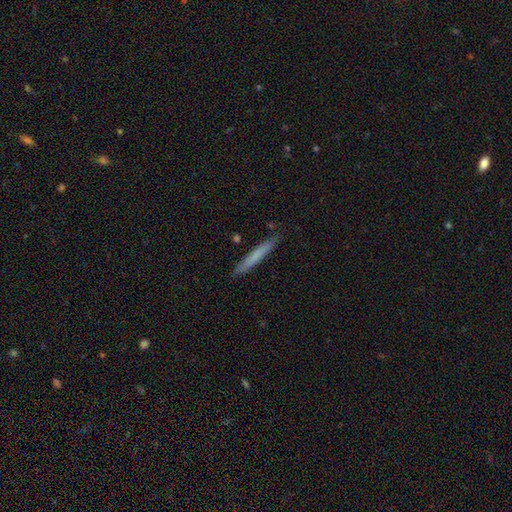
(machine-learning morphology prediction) Smooth or featured?
  - smooth: 68% *
  - featured or disk: 27%
  - star or artifact: 6%
How rounded?
  - cigar-shaped: 96% *
  - in between: 3%
  - round: 1%
Merging?
  - none: 87% *
  - minor disturbance: 10%
  - major disturbance: 2%
  - merger: 2%